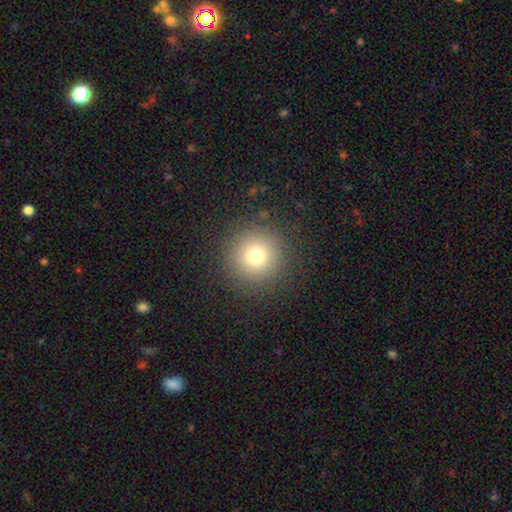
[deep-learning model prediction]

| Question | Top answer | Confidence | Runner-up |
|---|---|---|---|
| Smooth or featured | smooth | 74% | star or artifact (16%) |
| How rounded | round | 96% | in between (3%) |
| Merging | none | 90% | minor disturbance (6%) |